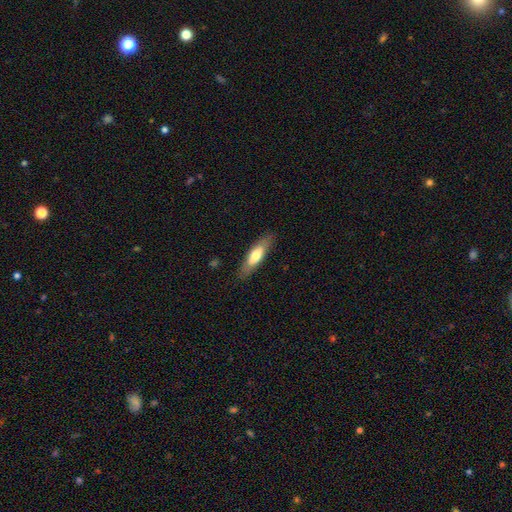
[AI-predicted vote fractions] A smooth galaxy with no disk features (62%) that is cigar-shaped (55%).

Vote fractions:
- Smooth or featured? smooth: 62% / featured or disk: 32% / star or artifact: 6%
- How rounded? cigar-shaped: 55% / in between: 43% / round: 2%
- Merging? none: 84% / minor disturbance: 12% / major disturbance: 3% / merger: 1%